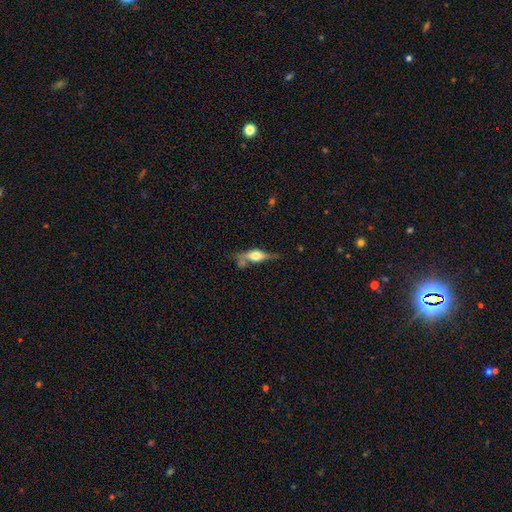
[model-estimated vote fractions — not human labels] Overall: featured or disk (56%; smooth 37%). Edge-on disk: yes (87%). Merging: none (52%; minor disturbance 22%).